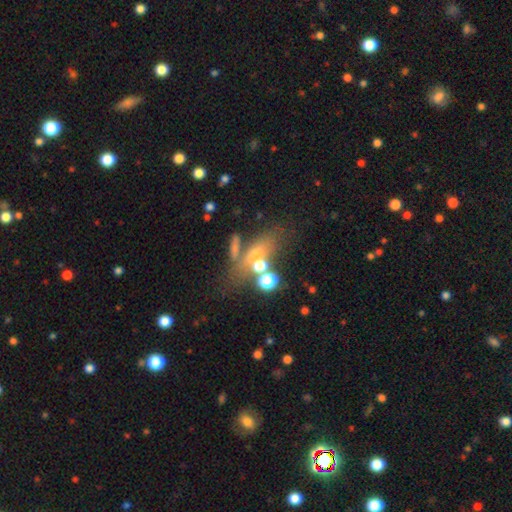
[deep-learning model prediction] Smooth or featured? smooth (49%)
Merging? none (42%)